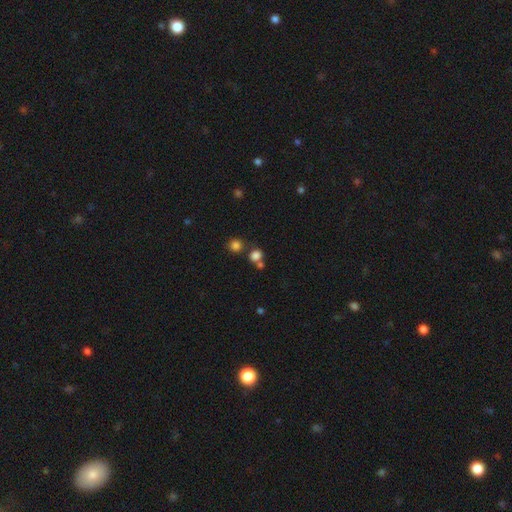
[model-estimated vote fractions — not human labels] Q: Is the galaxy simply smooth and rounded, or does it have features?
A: smooth — 77%.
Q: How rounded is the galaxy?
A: round — 79%.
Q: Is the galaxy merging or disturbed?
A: none — 59%.